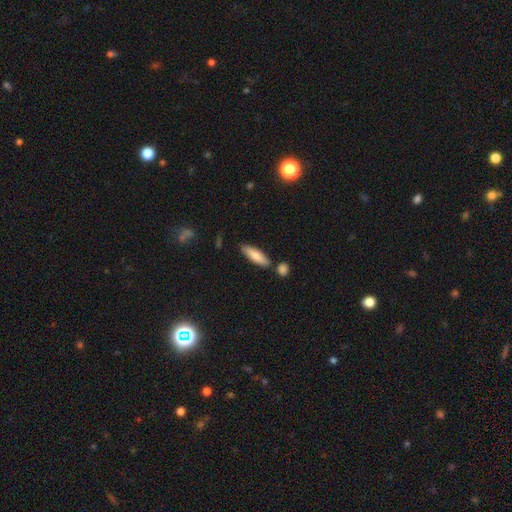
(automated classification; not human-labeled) Morphology: type=smooth (78%); roundness=cigar-shaped (58%); merging=none (78%).